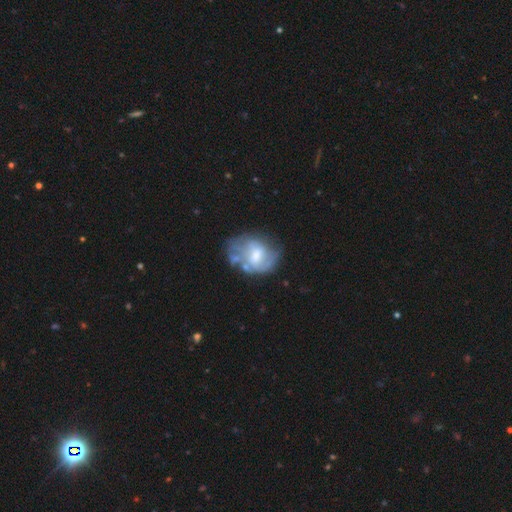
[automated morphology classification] The model was most divided on "spiral arms": no: 51%, yes: 49%. Remaining: edge-on disk — no (97%); smooth or featured — featured or disk (58%); bulge size — moderate (50%); bar — no (46%); merging — none (38%).